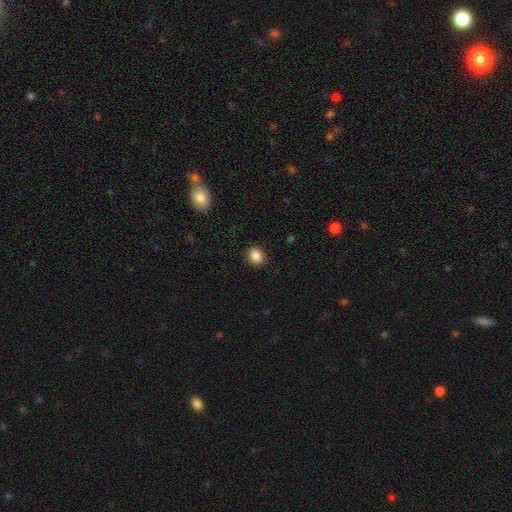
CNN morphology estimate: Overall: smooth (87%). How rounded: round (76%). Merging: none (90%).